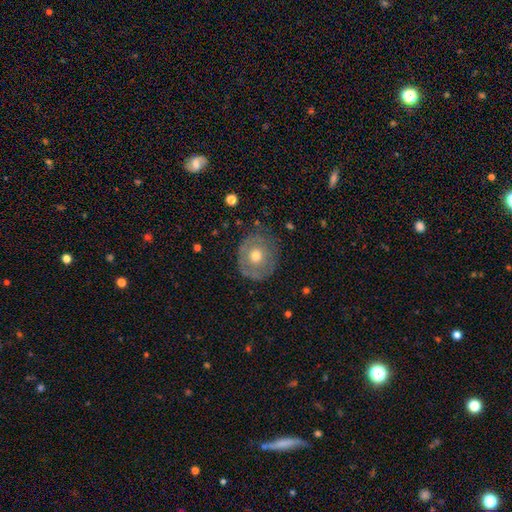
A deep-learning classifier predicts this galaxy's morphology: Smooth or featured: featured or disk — 48% (smooth — 43%)
Merging: none — 77% (minor disturbance — 16%)